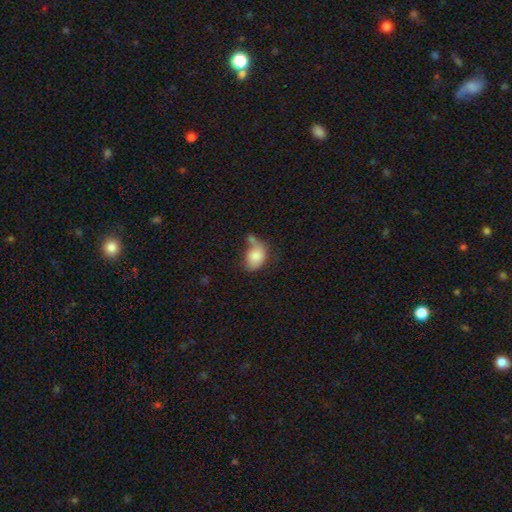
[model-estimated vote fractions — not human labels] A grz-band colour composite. It shows a smooth galaxy with no disk features (82%) that is in between round and cigar-shaped (75%). Merging: none (36%).